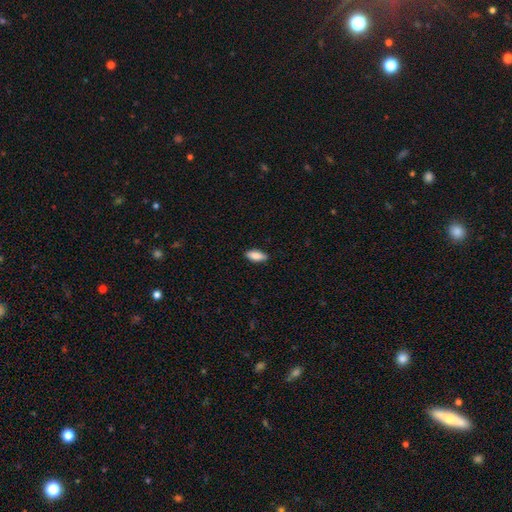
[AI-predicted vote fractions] The model was most divided on "how rounded": in between: 83%, cigar-shaped: 15%, round: 2%. More confident: merging — none (87%); smooth or featured — smooth (87%).